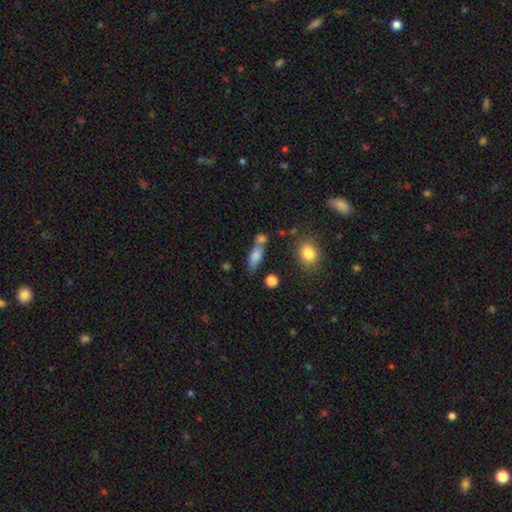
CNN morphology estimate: A smooth galaxy with no disk features (73%) that is in between round and cigar-shaped (63%).

Vote fractions:
- Smooth or featured? smooth: 73% / featured or disk: 18% / star or artifact: 9%
- How rounded? in between: 63% / cigar-shaped: 31% / round: 6%
- Merging? none: 48% / merger: 30% / minor disturbance: 16% / major disturbance: 6%